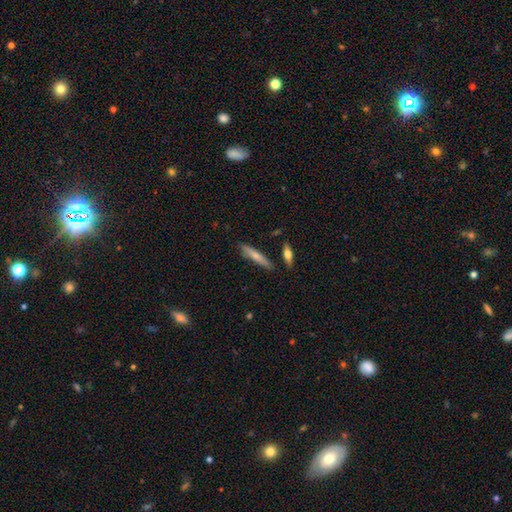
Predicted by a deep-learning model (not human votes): A smooth galaxy with no disk features (67%) that is cigar-shaped (86%). Merging: none (80%).